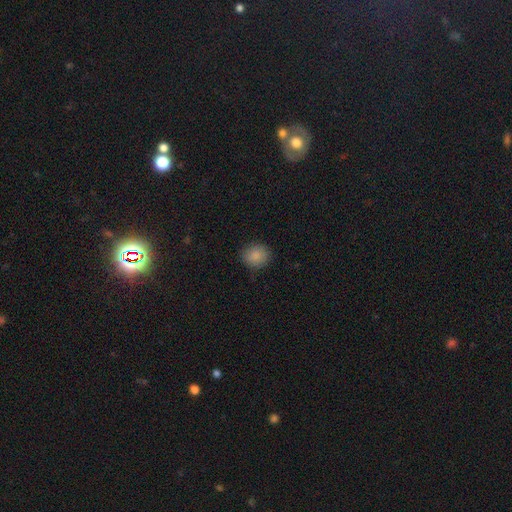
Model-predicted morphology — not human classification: smooth-or-featured: smooth: 87% | star or artifact: 9% | featured or disk: 4%
  how-rounded: round: 79% | in between: 20% | cigar-shaped: 1%
  merging: none: 86% | minor disturbance: 10% | major disturbance: 3% | merger: 1%